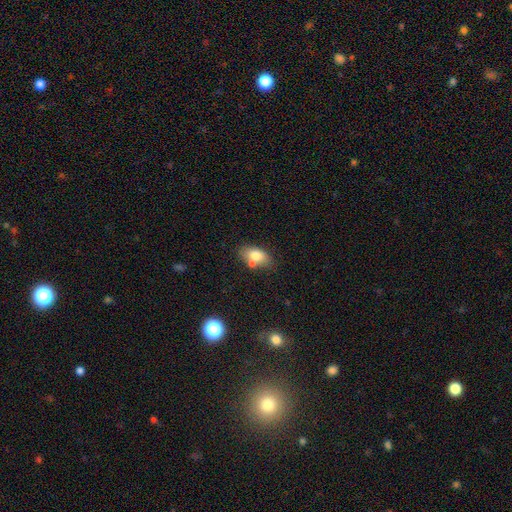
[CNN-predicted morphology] This is likely a smooth galaxy (76%). How rounded: clearly in between (88%). Merging: possibly none (60%).